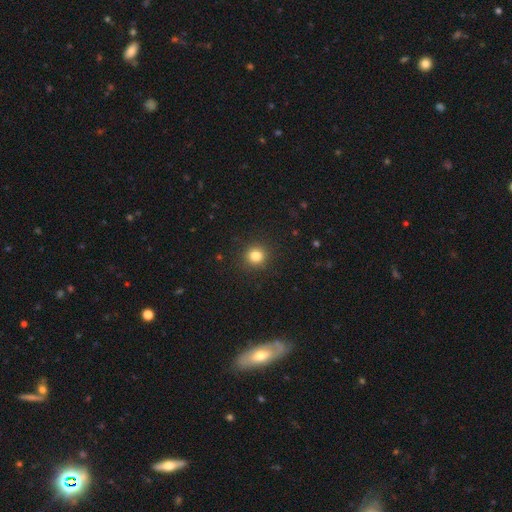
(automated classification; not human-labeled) Q: Smooth or featured?
A: smooth (82%); runner-up: star or artifact (13%)
Q: How rounded?
A: round (91%); runner-up: in between (8%)
Q: Merging?
A: none (91%); runner-up: minor disturbance (6%)